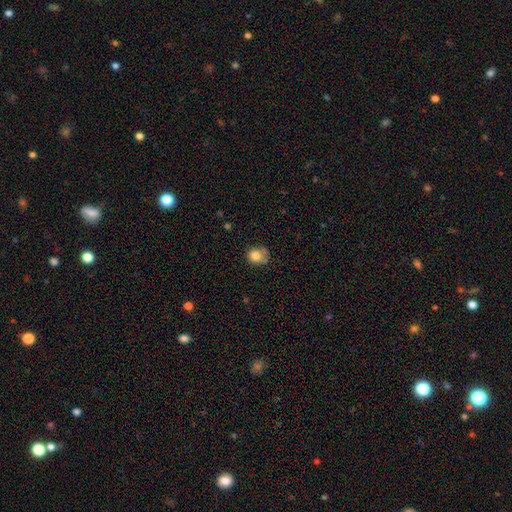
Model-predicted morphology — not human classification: Smooth or featured?
  - smooth: 80% *
  - featured or disk: 10%
  - star or artifact: 10%
How rounded?
  - round: 72% *
  - in between: 27%
  - cigar-shaped: 1%
Merging?
  - none: 55% *
  - minor disturbance: 30%
  - major disturbance: 10%
  - merger: 5%